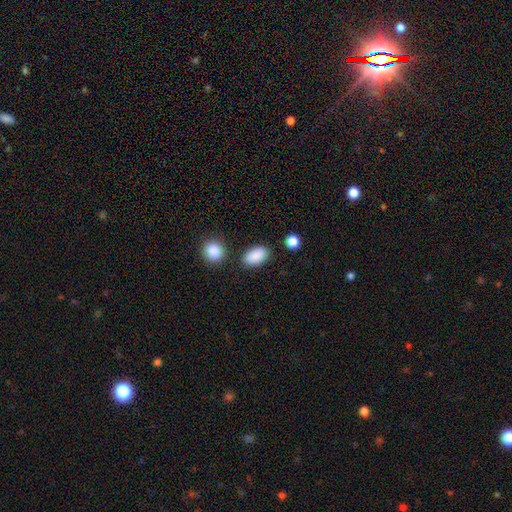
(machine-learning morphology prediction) Smooth or featured: smooth — 89% (star or artifact — 7%)
How rounded: in between — 92% (round — 6%)
Merging: none — 82% (minor disturbance — 11%)